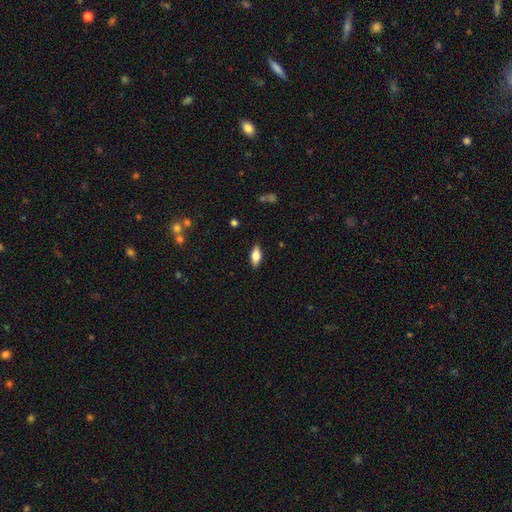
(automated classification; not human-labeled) Q: Smooth or featured?
A: smooth (65%); runner-up: featured or disk (27%)
Q: How rounded?
A: in between (82%); runner-up: cigar-shaped (14%)
Q: Merging?
A: none (87%); runner-up: minor disturbance (10%)